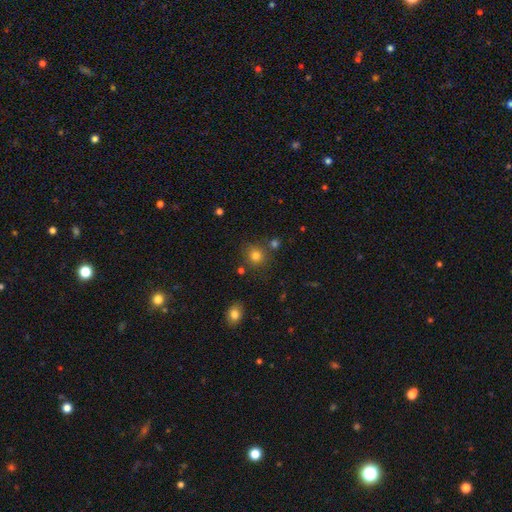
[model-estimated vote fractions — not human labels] Smooth or featured: smooth — 78% (star or artifact — 14%)
How rounded: round — 87% (in between — 12%)
Merging: none — 78% (minor disturbance — 10%)